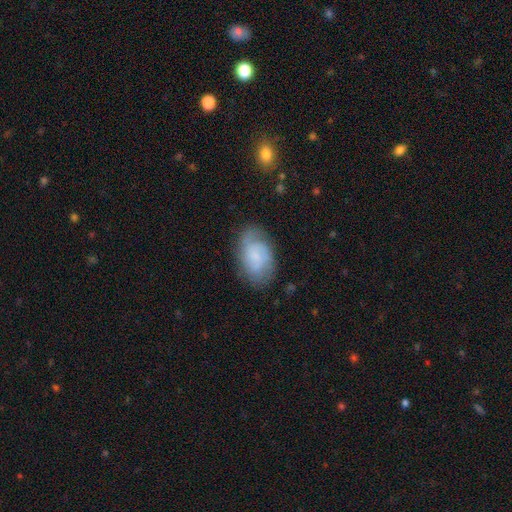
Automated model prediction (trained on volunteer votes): The model was most divided on "smooth or featured": featured or disk: 50%, smooth: 42%, star or artifact: 8%. More confident: edge-on disk — no (96%); merging — none (73%).